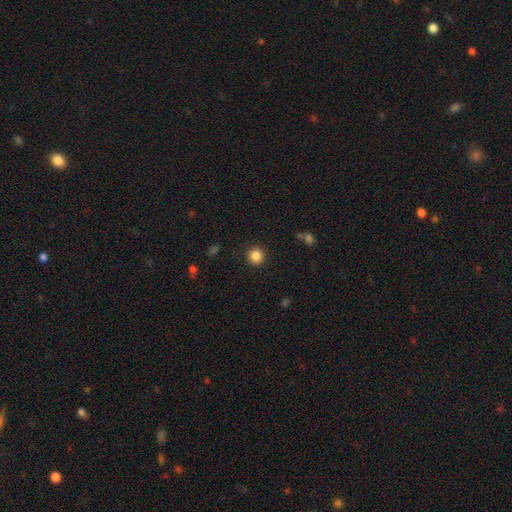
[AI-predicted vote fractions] Q: Smooth or featured?
A: smooth (86%); runner-up: star or artifact (10%)
Q: How rounded?
A: round (92%); runner-up: in between (7%)
Q: Merging?
A: none (91%); runner-up: minor disturbance (6%)